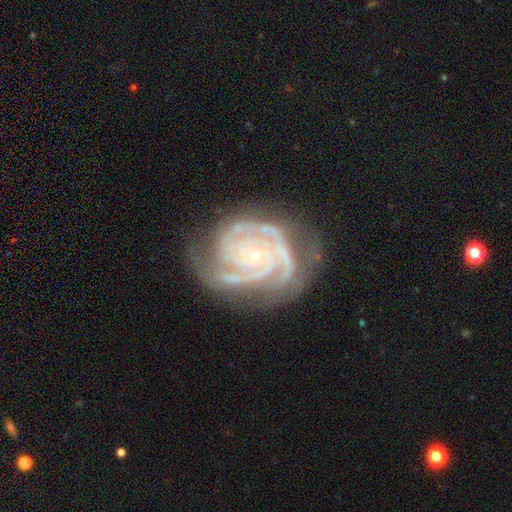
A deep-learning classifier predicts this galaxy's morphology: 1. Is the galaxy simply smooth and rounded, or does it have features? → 92% featured or disk, 5% star or artifact, 3% smooth.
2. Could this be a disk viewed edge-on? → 98% no, 2% yes.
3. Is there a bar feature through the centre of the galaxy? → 78% no, 15% weak, 7% strong.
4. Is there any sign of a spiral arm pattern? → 98% yes, 2% no.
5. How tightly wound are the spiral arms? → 74% tight, 24% medium, 3% loose.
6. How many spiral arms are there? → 47% 3, 20% 4, 13% 2, 10% can't tell, 5% more than 4, 5% 1.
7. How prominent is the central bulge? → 86% small, 11% moderate, 2% none, 1% large, 1% dominant.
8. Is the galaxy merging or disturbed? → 65% none, 22% minor disturbance, 11% major disturbance, 2% merger.